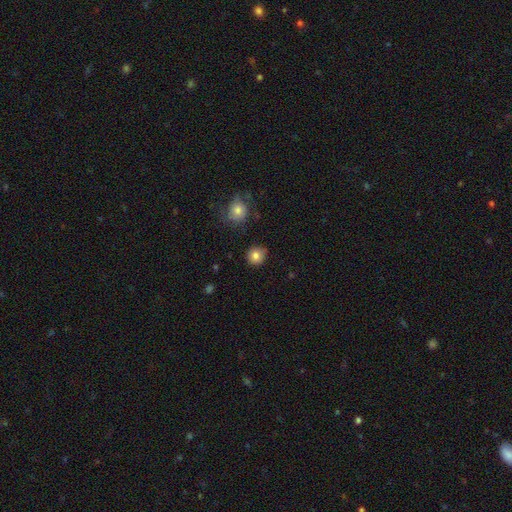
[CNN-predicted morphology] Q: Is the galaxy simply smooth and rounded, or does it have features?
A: smooth — 82%.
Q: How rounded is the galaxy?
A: round — 89%.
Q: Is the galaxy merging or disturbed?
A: none — 81%.